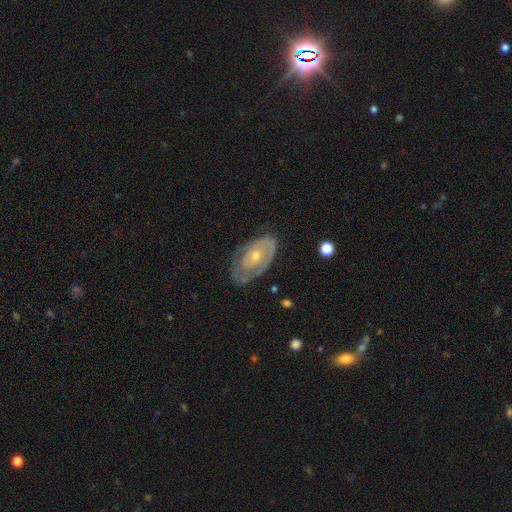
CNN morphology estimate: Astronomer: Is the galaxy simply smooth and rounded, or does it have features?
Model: featured or disk — 74%.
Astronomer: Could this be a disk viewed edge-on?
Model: no — 94%.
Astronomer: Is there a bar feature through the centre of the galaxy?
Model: no — 80%.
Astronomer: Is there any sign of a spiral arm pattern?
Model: yes — 71%.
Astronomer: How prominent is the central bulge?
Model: small — 58% (runner-up: moderate, 39%).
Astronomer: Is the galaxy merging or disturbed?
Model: none — 64%.